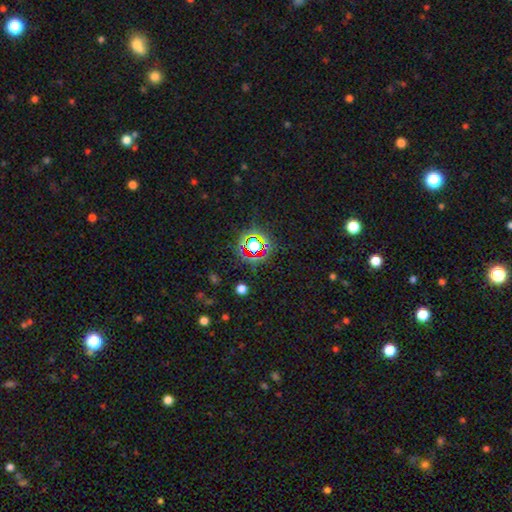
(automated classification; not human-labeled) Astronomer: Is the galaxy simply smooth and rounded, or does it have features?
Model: star or artifact — 75%.